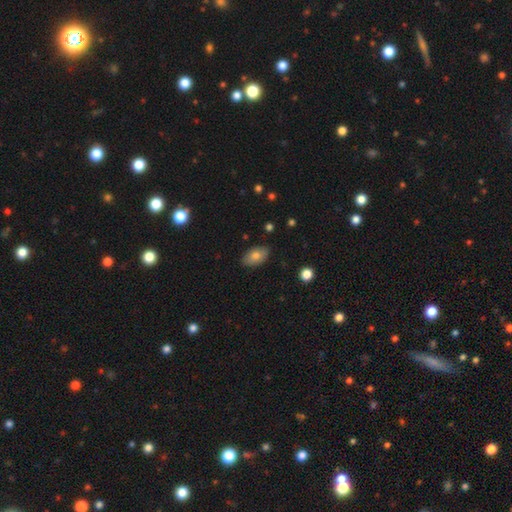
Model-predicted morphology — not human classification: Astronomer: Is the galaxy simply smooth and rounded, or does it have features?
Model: smooth — 77%.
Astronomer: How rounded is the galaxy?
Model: in between — 91%.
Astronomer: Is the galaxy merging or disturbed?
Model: none — 84%.